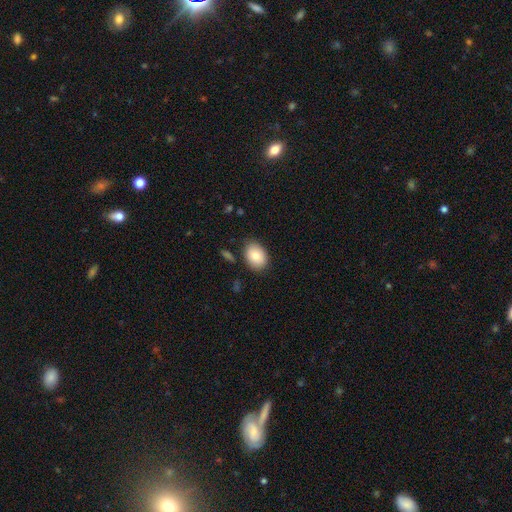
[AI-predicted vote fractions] smooth-or-featured: smooth: 82% | featured or disk: 11% | star or artifact: 7%
  how-rounded: in between: 76% | round: 23% | cigar-shaped: 1%
  merging: none: 83% | minor disturbance: 13% | major disturbance: 3% | merger: 2%